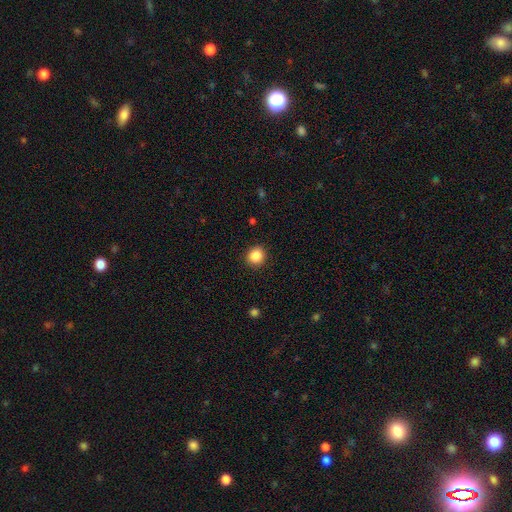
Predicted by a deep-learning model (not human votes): A smooth galaxy with no disk features (86%) that is round (86%). Merging: none (91%).